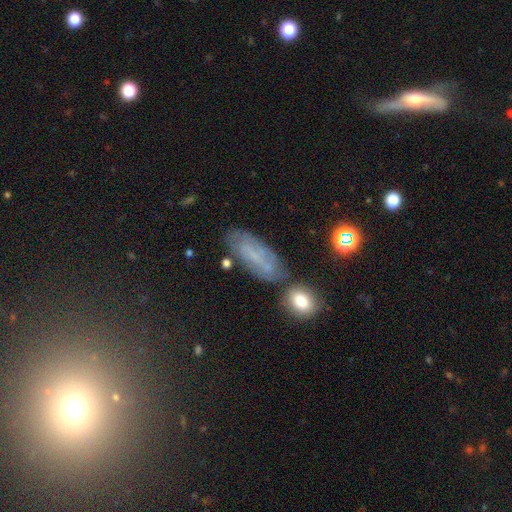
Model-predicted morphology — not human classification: The model was most divided on "smooth or featured": featured or disk: 46%, smooth: 41%, star or artifact: 13%. More confident: merging — none (67%).